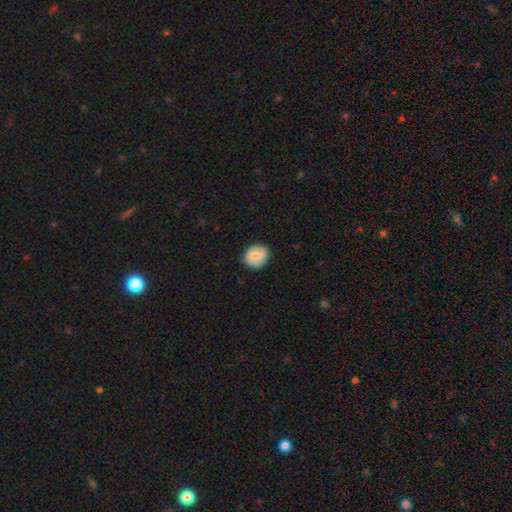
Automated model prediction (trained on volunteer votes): smooth_or_featured: smooth (p=0.59) [alt: featured or disk p=0.34]
how_rounded: round (p=0.78) [alt: in between p=0.21]
merging: none (p=0.82) [alt: minor disturbance p=0.13]